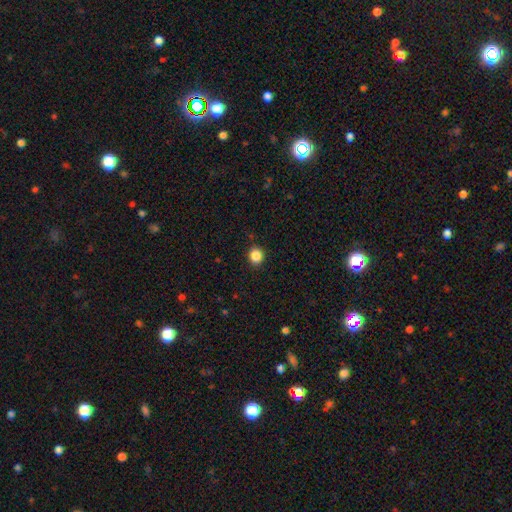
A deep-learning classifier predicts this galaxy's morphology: smooth-or-featured: smooth: 86% | star or artifact: 11% | featured or disk: 3%
  how-rounded: round: 85% | in between: 14% | cigar-shaped: 1%
  merging: none: 91% | minor disturbance: 6% | major disturbance: 2% | merger: 1%